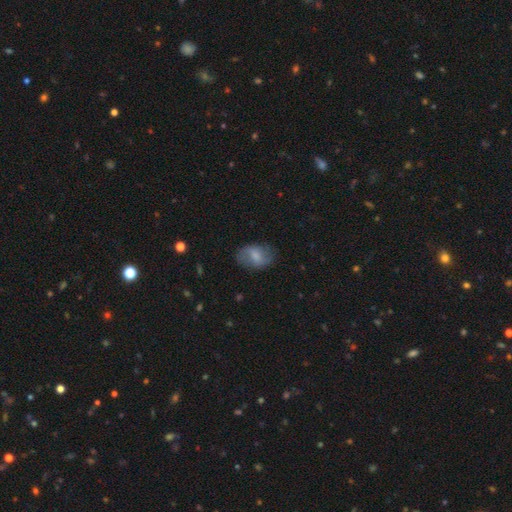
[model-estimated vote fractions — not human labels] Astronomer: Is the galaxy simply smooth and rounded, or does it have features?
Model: smooth — 57% (runner-up: featured or disk, 35%).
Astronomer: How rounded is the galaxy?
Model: in between — 81%.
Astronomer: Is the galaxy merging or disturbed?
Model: none — 69%.